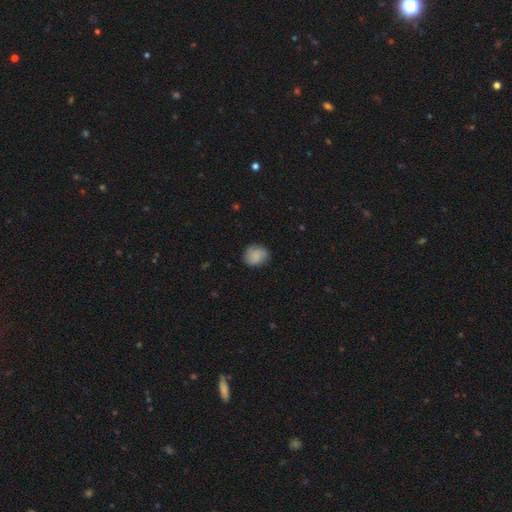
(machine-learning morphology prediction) type=smooth (76%); roundness=round (67%); merging=none (77%).